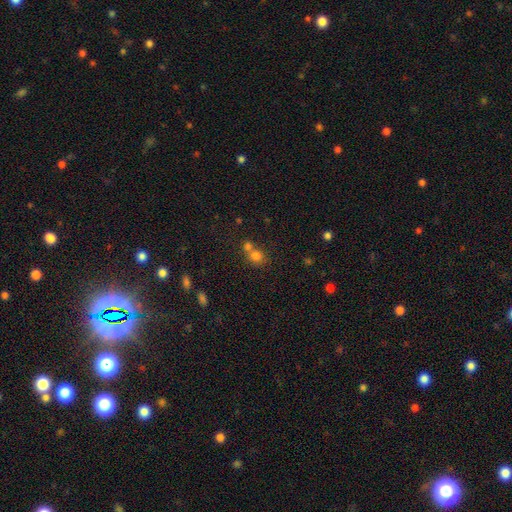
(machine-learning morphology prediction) This appears to be a smooth galaxy with no disk features (76%) that is round (80%). Merging: merger (48%).